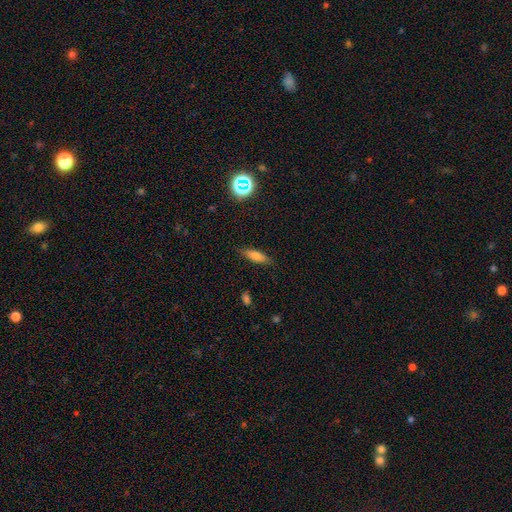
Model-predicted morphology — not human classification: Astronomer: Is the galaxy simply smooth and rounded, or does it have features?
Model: smooth — 73%.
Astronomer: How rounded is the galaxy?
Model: cigar-shaped — 51% (runner-up: in between, 46%).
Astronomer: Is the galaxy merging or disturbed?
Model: none — 85%.